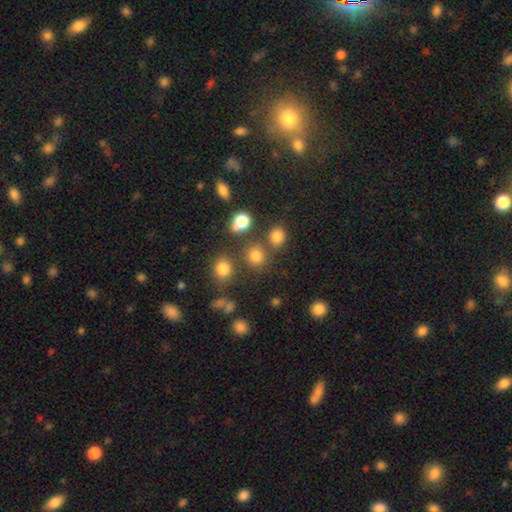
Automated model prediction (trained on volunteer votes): Smooth or featured?
  - smooth: 76% *
  - star or artifact: 17%
  - featured or disk: 7%
How rounded?
  - round: 83% *
  - in between: 16%
  - cigar-shaped: 1%
Merging?
  - none: 70% *
  - merger: 15%
  - minor disturbance: 10%
  - major disturbance: 5%